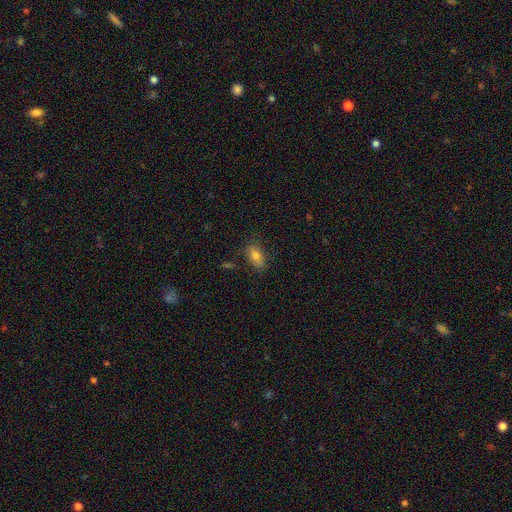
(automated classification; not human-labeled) This is likely a smooth galaxy (73%). How rounded: clearly in between (81%). Merging: likely none (78%).